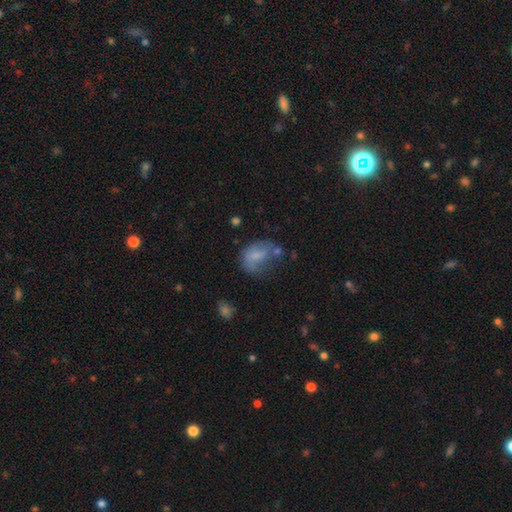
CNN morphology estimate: smooth-or-featured: smooth: 64% | featured or disk: 26% | star or artifact: 10%
  how-rounded: in between: 67% | round: 32% | cigar-shaped: 2%
  merging: none: 34% | minor disturbance: 29% | major disturbance: 26% | merger: 11%